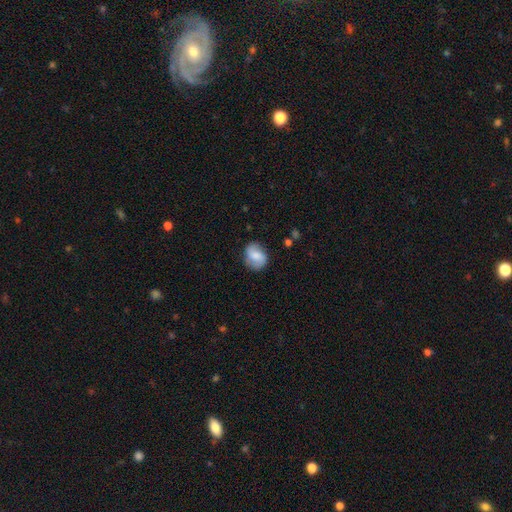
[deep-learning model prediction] The model was most divided on "how rounded": round: 56%, in between: 43%, cigar-shaped: 1%. More confident: merging — none (76%); smooth or featured — smooth (55%).